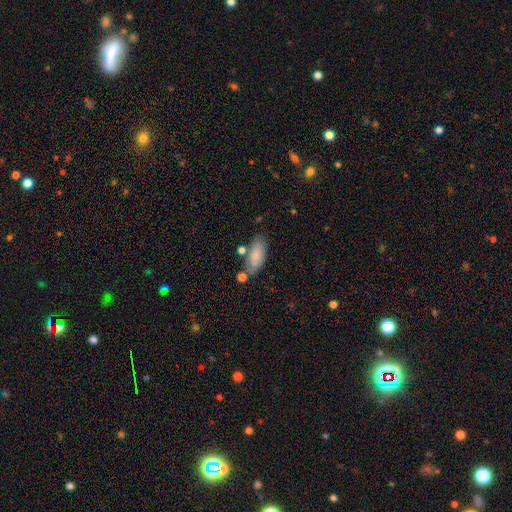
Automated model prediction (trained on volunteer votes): Overall: smooth (78%). How rounded: in between (86%). Merging: none (68%).